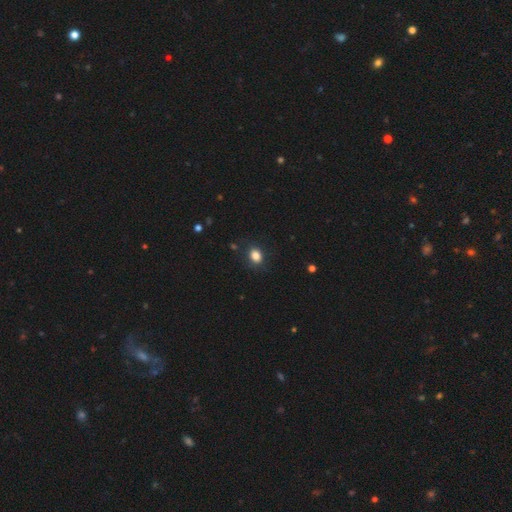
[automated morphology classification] Smooth or featured? smooth (84%)
How rounded? in between (63%)
Merging? none (83%)